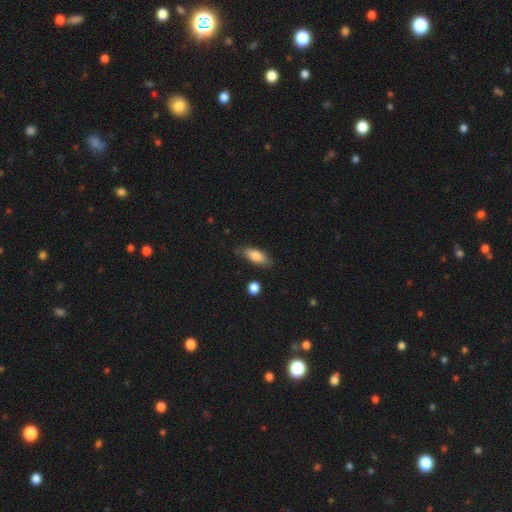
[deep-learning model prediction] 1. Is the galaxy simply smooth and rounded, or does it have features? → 79% smooth, 15% featured or disk, 7% star or artifact.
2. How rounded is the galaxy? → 74% in between, 23% cigar-shaped, 3% round.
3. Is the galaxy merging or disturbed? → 75% none, 19% minor disturbance, 3% major disturbance, 3% merger.